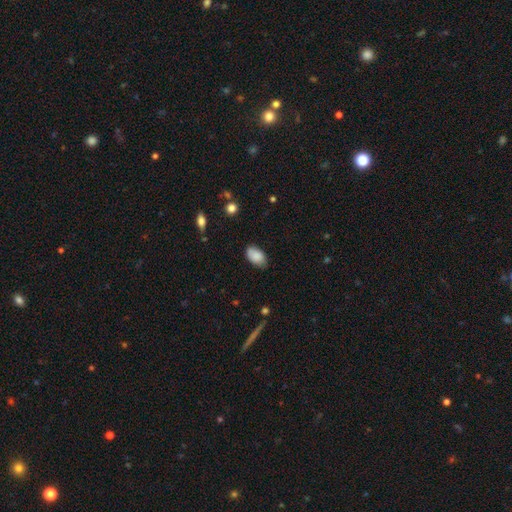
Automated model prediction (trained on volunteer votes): smooth_or_featured: smooth (p=0.85) [alt: featured or disk p=0.07]
how_rounded: in between (p=0.93) [alt: round p=0.06]
merging: none (p=0.73) [alt: minor disturbance p=0.21]